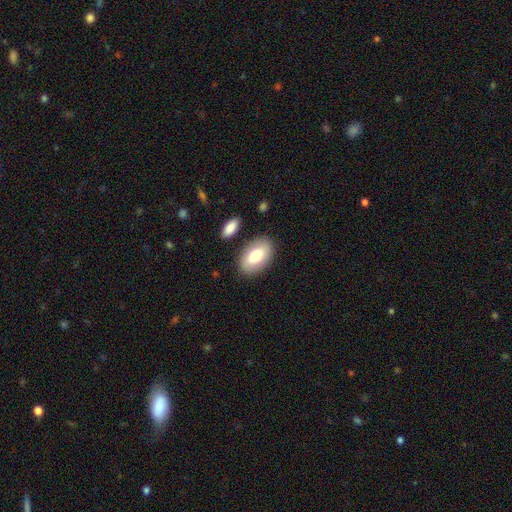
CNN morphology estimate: Q: Smooth or featured?
A: smooth (76%); runner-up: featured or disk (18%)
Q: How rounded?
A: in between (93%); runner-up: round (6%)
Q: Merging?
A: none (83%); runner-up: minor disturbance (10%)